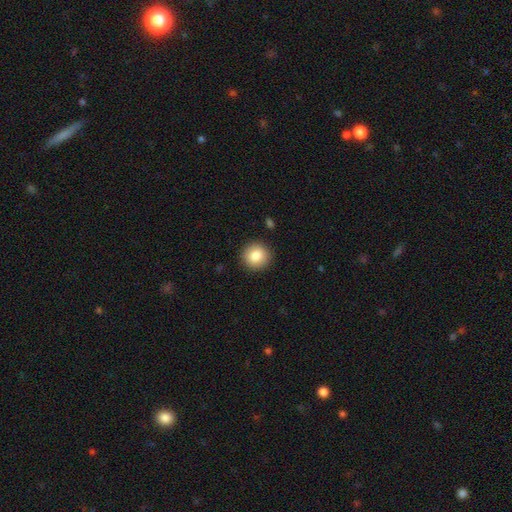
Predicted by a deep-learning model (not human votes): The model was most divided on "smooth or featured": smooth: 85%, star or artifact: 8%, featured or disk: 7%. More confident: how rounded — round (93%); merging — none (91%).